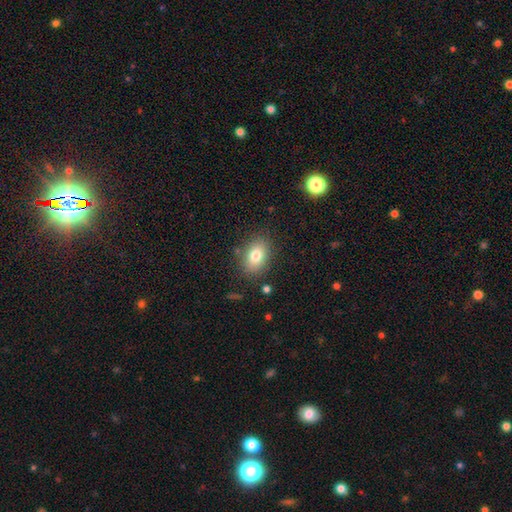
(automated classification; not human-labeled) smooth-or-featured: smooth: 80% | featured or disk: 11% | star or artifact: 9%
  how-rounded: in between: 80% | round: 19% | cigar-shaped: 1%
  merging: none: 83% | minor disturbance: 11% | major disturbance: 4% | merger: 2%